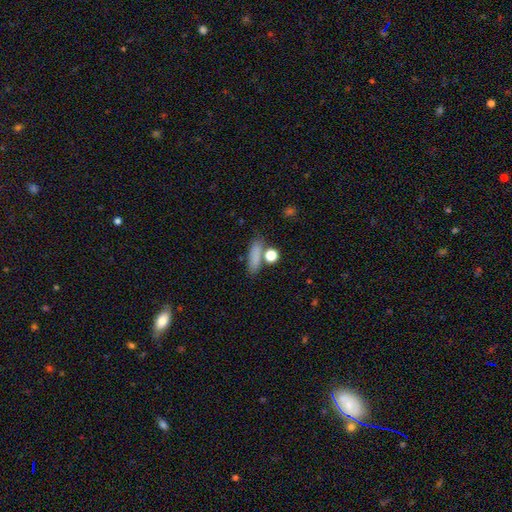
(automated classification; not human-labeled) This is likely a smooth galaxy (79%). How rounded: possibly cigar-shaped (46%). Merging: likely none (68%).